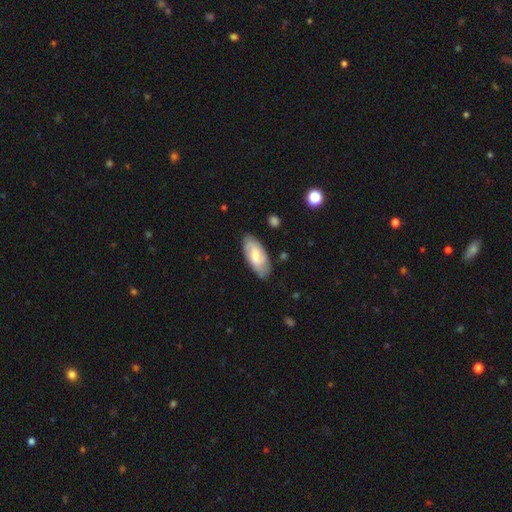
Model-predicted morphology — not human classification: This is possibly a smooth galaxy (50%). Merging: likely none (79%).